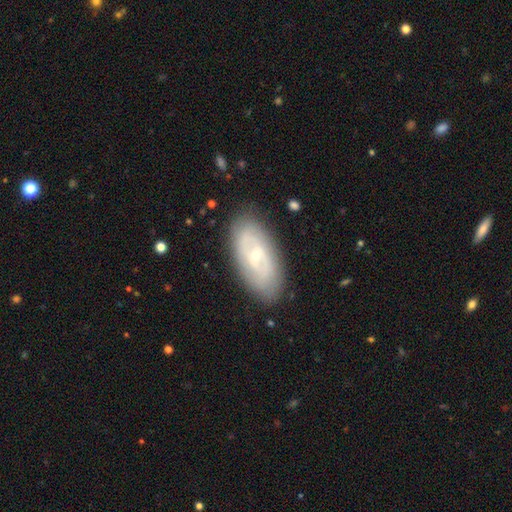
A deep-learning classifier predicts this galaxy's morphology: Q: Smooth or featured?
A: featured or disk (68%); runner-up: smooth (26%)
Q: Edge-on disk?
A: no (91%); runner-up: yes (9%)
Q: Bar?
A: no (44%); runner-up: weak (41%)
Q: Spiral arms?
A: yes (69%); runner-up: no (31%)
Q: Bulge size?
A: small (76%); runner-up: moderate (21%)
Q: Merging?
A: none (84%); runner-up: minor disturbance (12%)